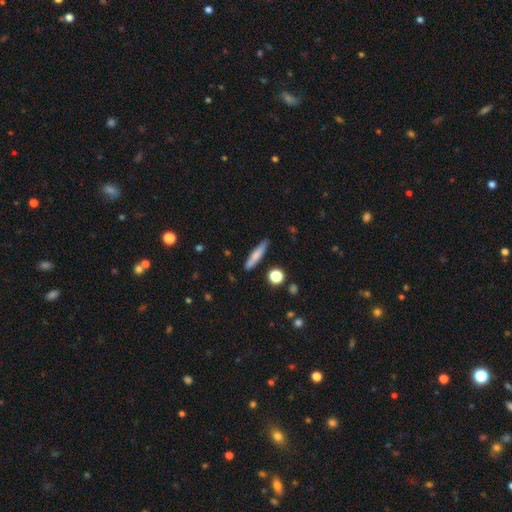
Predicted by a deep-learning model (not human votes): This is likely a smooth galaxy (71%). How rounded: clearly cigar-shaped (87%). Merging: clearly none (83%).